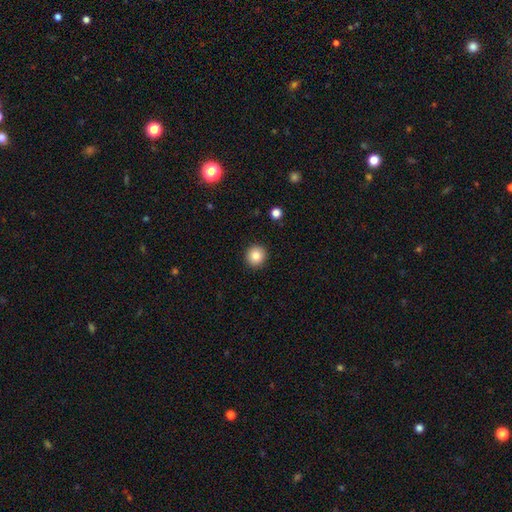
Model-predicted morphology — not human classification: smooth 85%, star or artifact 10%, featured or disk 6%. Down the decision tree: how rounded — round (91%); merging — none (92%).